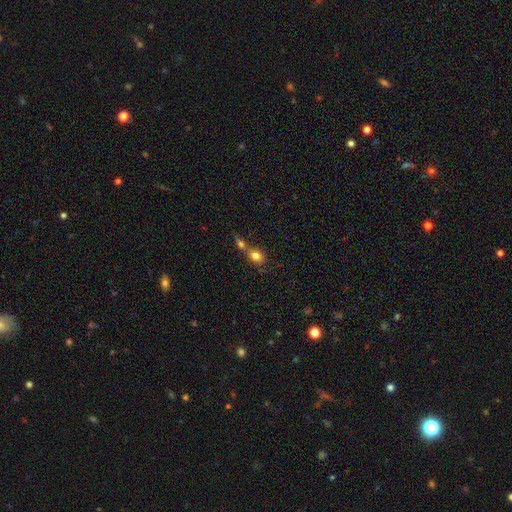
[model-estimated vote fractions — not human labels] Smooth or featured? smooth (79%)
How rounded? round (58%)
Merging? merger (57%)